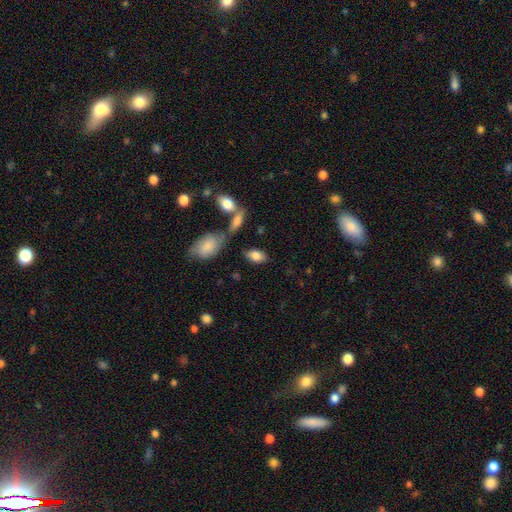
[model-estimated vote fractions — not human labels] Q: Smooth or featured?
A: smooth (80%); runner-up: featured or disk (12%)
Q: How rounded?
A: in between (89%); runner-up: round (7%)
Q: Merging?
A: none (73%); runner-up: minor disturbance (14%)